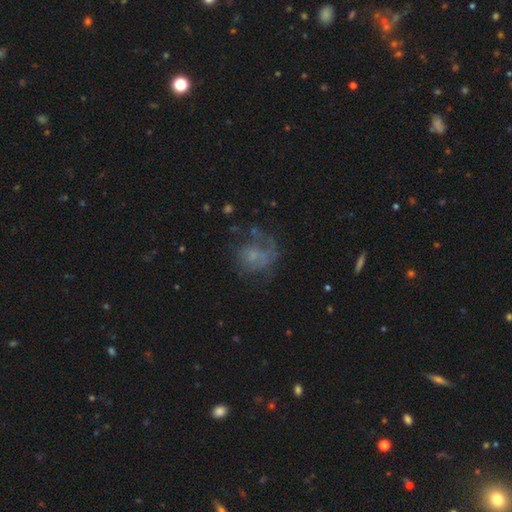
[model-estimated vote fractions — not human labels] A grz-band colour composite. It shows a featured or disk galaxy (46%). Merging: none (40%).